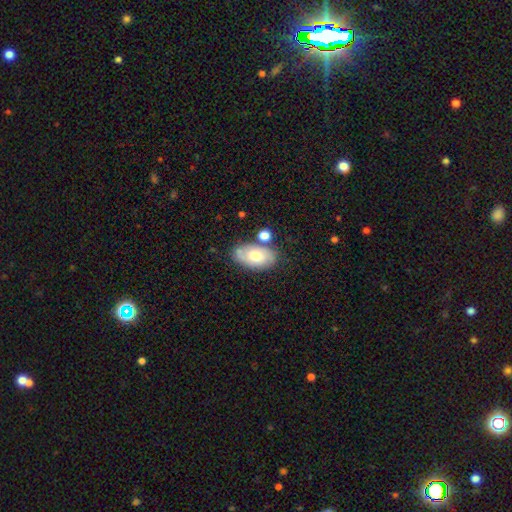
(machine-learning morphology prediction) smooth_or_featured: smooth (p=0.60) [alt: featured or disk p=0.32]
how_rounded: in between (p=0.91) [alt: round p=0.08]
merging: none (p=0.62) [alt: minor disturbance p=0.19]